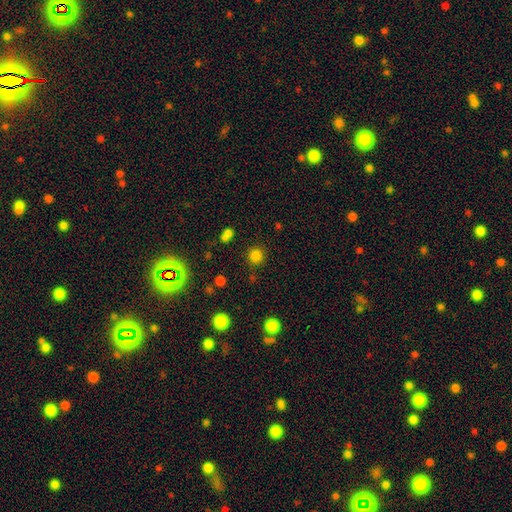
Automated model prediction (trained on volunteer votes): A smooth galaxy with no disk features (80%) that is round (93%).

Vote fractions:
- Smooth or featured? smooth: 80% / star or artifact: 16% / featured or disk: 4%
- How rounded? round: 93% / in between: 6% / cigar-shaped: 1%
- Merging? none: 85% / minor disturbance: 7% / merger: 4% / major disturbance: 3%